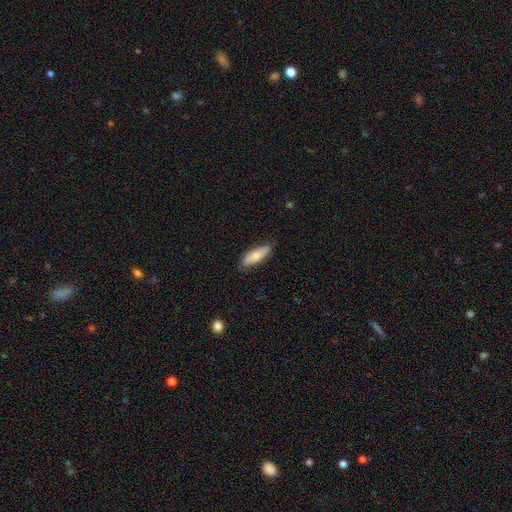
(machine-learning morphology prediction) Smooth or featured?
  - smooth: 70% *
  - featured or disk: 24%
  - star or artifact: 6%
How rounded?
  - in between: 55% *
  - cigar-shaped: 43%
  - round: 2%
Merging?
  - none: 78% *
  - minor disturbance: 18%
  - major disturbance: 3%
  - merger: 1%